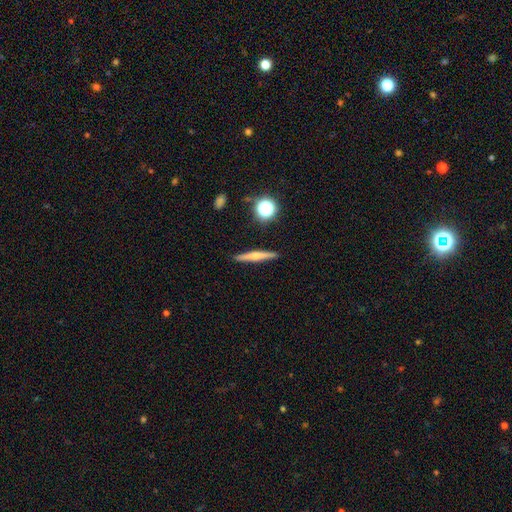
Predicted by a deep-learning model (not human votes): Smooth or featured? Predicted: featured or disk (p=0.47). Merging? Predicted: none (p=0.90).